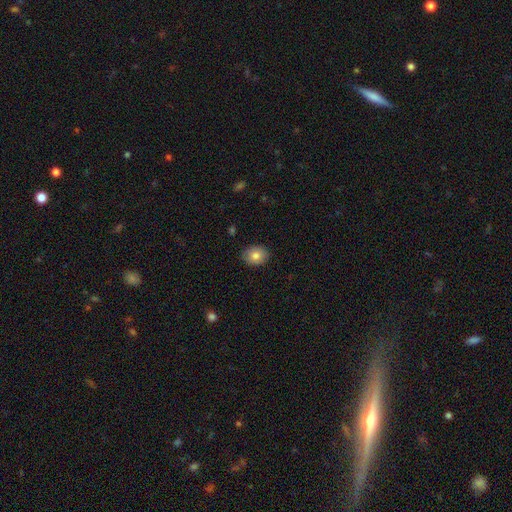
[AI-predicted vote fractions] This appears to be a smooth galaxy with no disk features (80%) that is in between round and cigar-shaped (57%). Merging: none (87%).